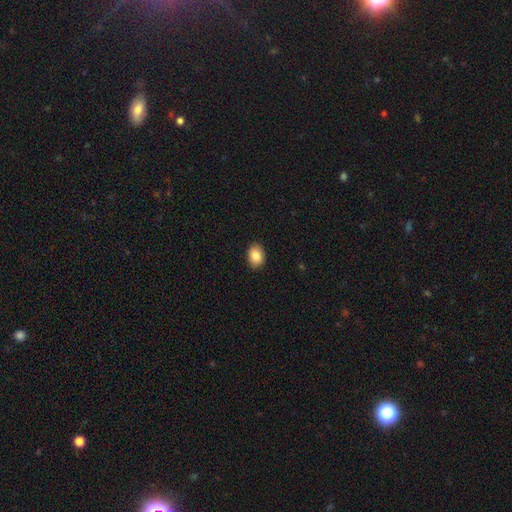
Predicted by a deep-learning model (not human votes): Morphology: type=smooth (86%); roundness=in between (77%); merging=none (90%).